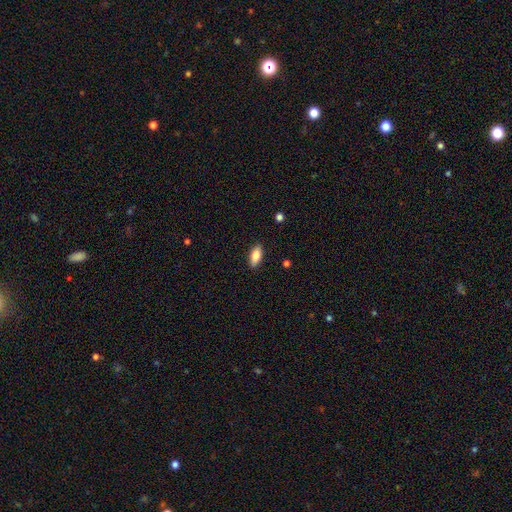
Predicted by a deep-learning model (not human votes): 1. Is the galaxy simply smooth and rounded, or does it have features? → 79% smooth, 14% featured or disk, 7% star or artifact.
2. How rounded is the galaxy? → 84% in between, 13% cigar-shaped, 3% round.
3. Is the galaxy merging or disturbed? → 88% none, 9% minor disturbance, 2% major disturbance, 1% merger.